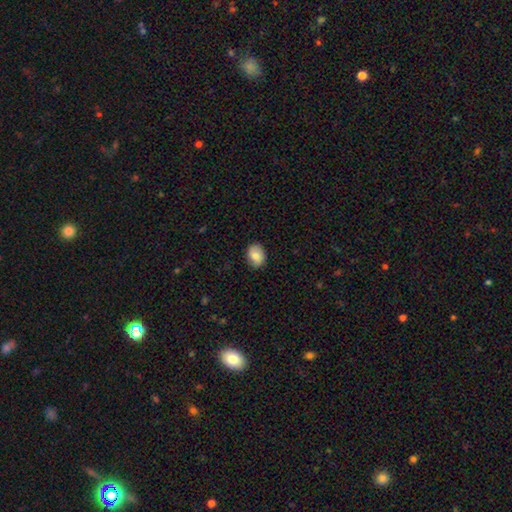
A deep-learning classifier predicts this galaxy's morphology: type=smooth (81%); roundness=in between (65%); merging=none (86%).